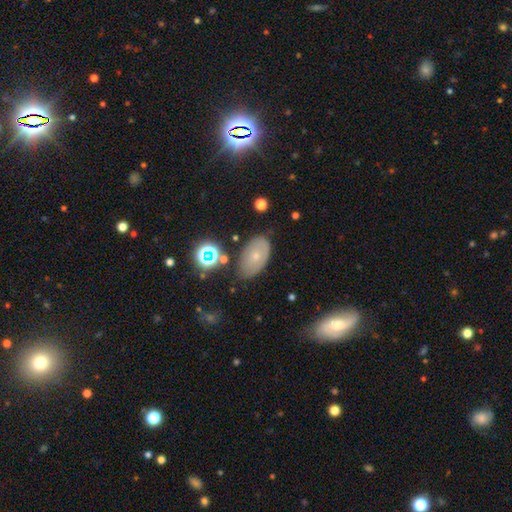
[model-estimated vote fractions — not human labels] A smooth galaxy with no disk features (51%) that is in between round and cigar-shaped (89%).

Vote fractions:
- Smooth or featured? smooth: 51% / featured or disk: 35% / star or artifact: 14%
- How rounded? in between: 89% / round: 10% / cigar-shaped: 2%
- Merging? none: 67% / minor disturbance: 24% / major disturbance: 6% / merger: 3%